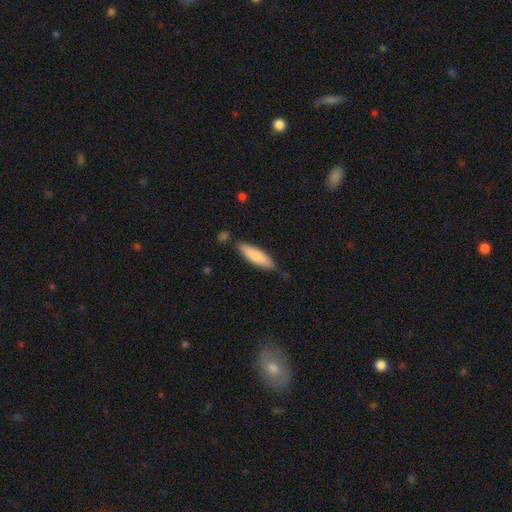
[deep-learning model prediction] smooth-or-featured: smooth: 81% | featured or disk: 14% | star or artifact: 5%
  how-rounded: cigar-shaped: 64% | in between: 35% | round: 1%
  merging: none: 74% | minor disturbance: 18% | merger: 4% | major disturbance: 3%